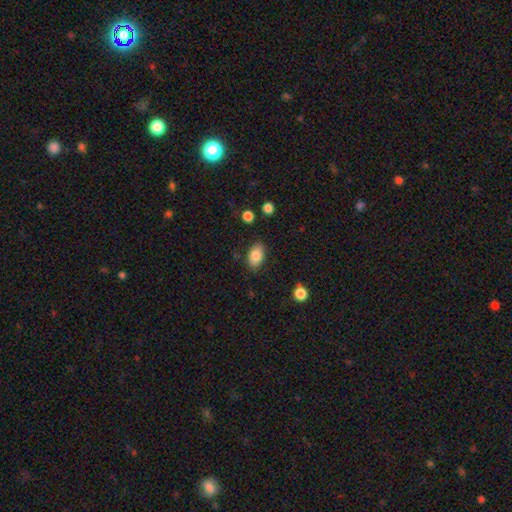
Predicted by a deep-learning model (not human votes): The model was most divided on "merging": none: 84%, minor disturbance: 12%, major disturbance: 3%, merger: 2%. More confident: how rounded — in between (90%); smooth or featured — smooth (83%).